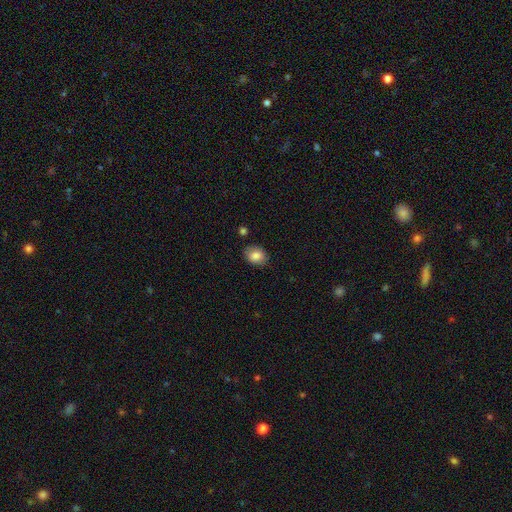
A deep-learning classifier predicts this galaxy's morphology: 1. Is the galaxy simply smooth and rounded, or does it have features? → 85% smooth, 8% star or artifact, 7% featured or disk.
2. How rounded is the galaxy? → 60% in between, 39% round, 1% cigar-shaped.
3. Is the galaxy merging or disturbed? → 83% none, 12% minor disturbance, 3% major disturbance, 2% merger.